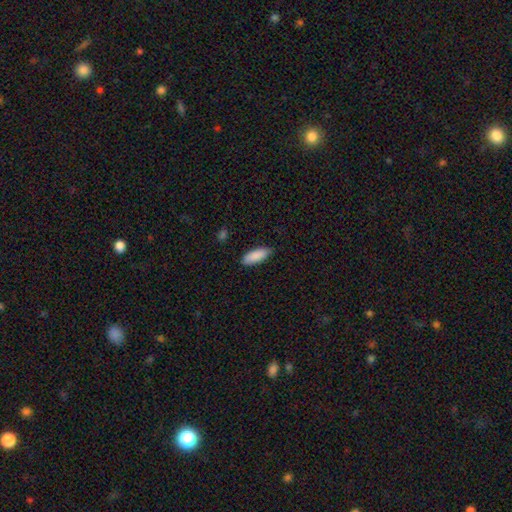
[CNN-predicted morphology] Q: Smooth or featured?
A: smooth (90%); runner-up: star or artifact (6%)
Q: How rounded?
A: in between (73%); runner-up: cigar-shaped (25%)
Q: Merging?
A: none (85%); runner-up: minor disturbance (12%)